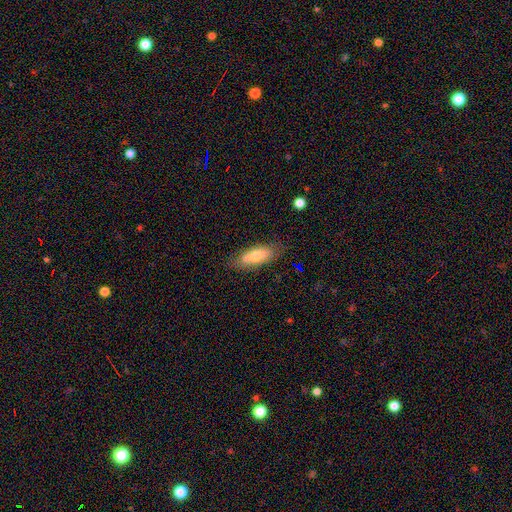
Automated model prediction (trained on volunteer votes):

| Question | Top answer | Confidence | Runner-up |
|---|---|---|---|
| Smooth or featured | smooth | 69% | featured or disk (24%) |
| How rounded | in between | 65% | cigar-shaped (32%) |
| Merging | none | 72% | minor disturbance (17%) |